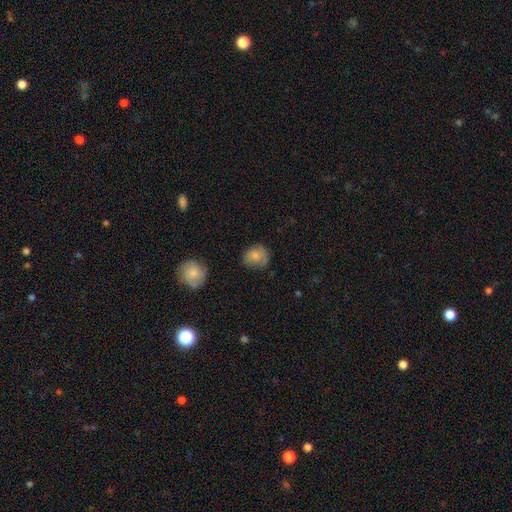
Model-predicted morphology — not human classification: This is clearly a smooth galaxy (80%). How rounded: likely round (70%). Merging: likely none (67%).